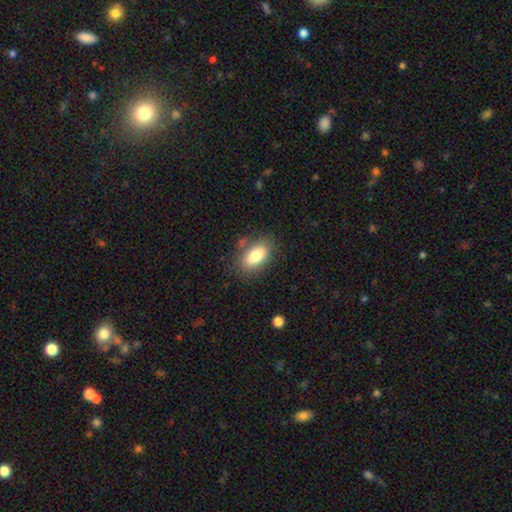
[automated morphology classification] This appears to be a smooth galaxy with no disk features (81%) that is in between round and cigar-shaped (90%). Merging: none (78%).